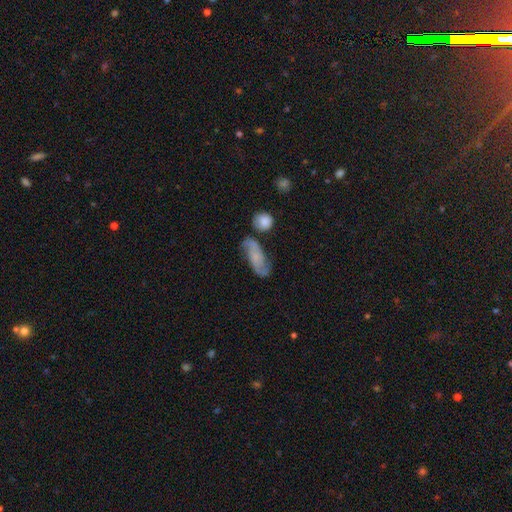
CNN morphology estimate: type=featured or disk (66%); edge-on=no (91%); bar=no (59%); spiral arms=yes (92%); winding=loose (43%); arm count=2 (89%); bulge=small (53%); merging=none (63%).